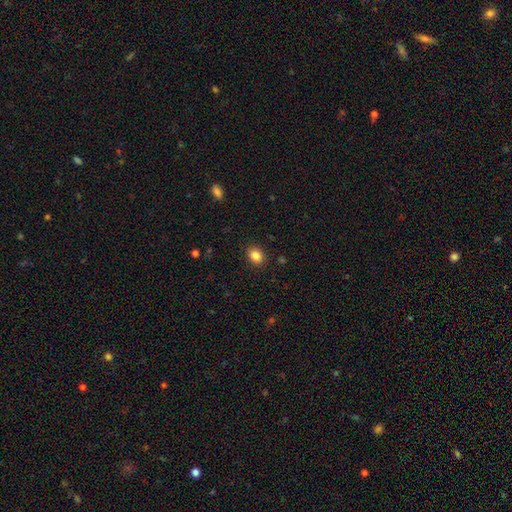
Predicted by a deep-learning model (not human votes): This appears to be a smooth galaxy with no disk features (86%) that is in between round and cigar-shaped (61%). Merging: none (89%).